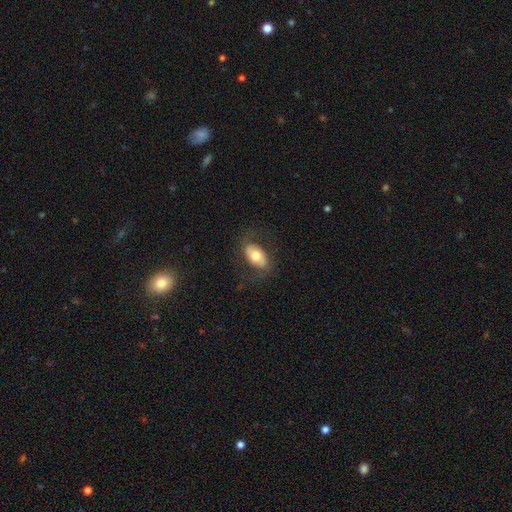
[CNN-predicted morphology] This is possibly a smooth galaxy (57%). How rounded: clearly in between (90%). Merging: likely none (74%).